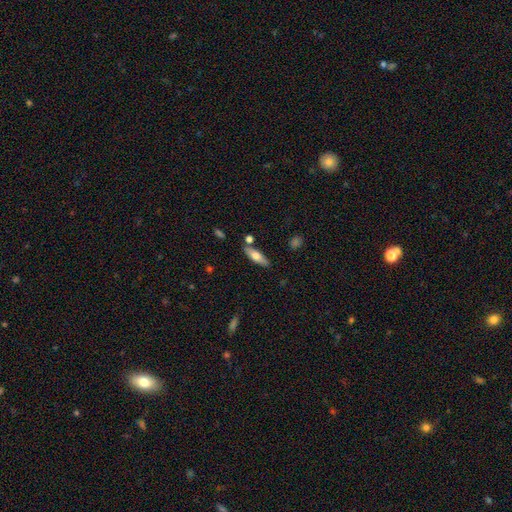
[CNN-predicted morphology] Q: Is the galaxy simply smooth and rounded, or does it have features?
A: smooth — 63%.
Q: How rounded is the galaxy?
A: in between — 55%.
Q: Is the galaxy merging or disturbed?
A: none — 79%.